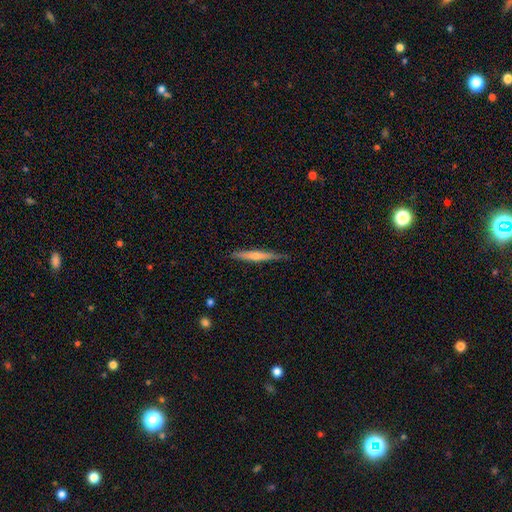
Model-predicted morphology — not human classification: This is possibly a featured or disk galaxy (52%). It is clearly viewed edge-on (96%). Merging: clearly none (84%).